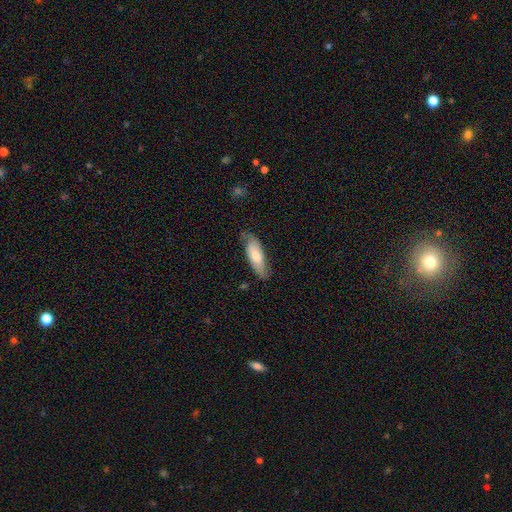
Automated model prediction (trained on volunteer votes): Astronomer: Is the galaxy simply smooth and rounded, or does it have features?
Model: smooth — 65%.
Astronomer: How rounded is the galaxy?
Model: in between — 55% (runner-up: cigar-shaped, 43%).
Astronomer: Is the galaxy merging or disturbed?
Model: none — 71%.